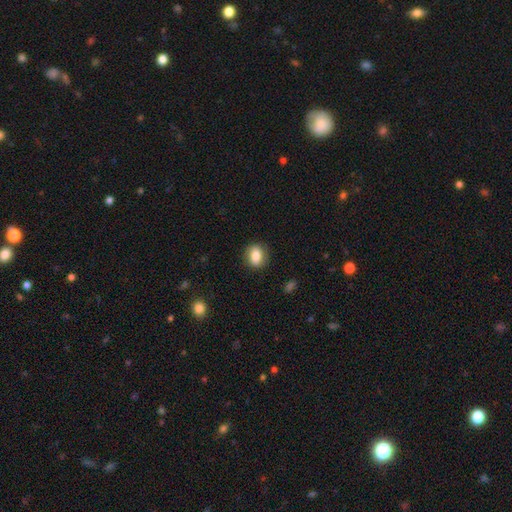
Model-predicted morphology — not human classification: smooth 78%, featured or disk 14%, star or artifact 8%. Down the decision tree: how rounded — in between (54%); merging — none (84%).